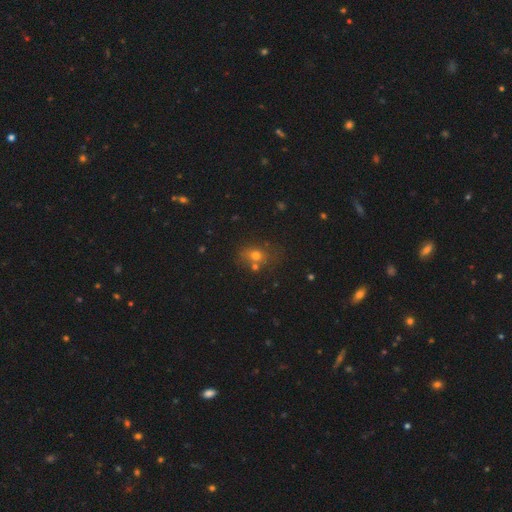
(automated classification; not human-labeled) Overall: smooth (68%). How rounded: round (53%; in between 46%). Merging: none (59%; merger 20%).